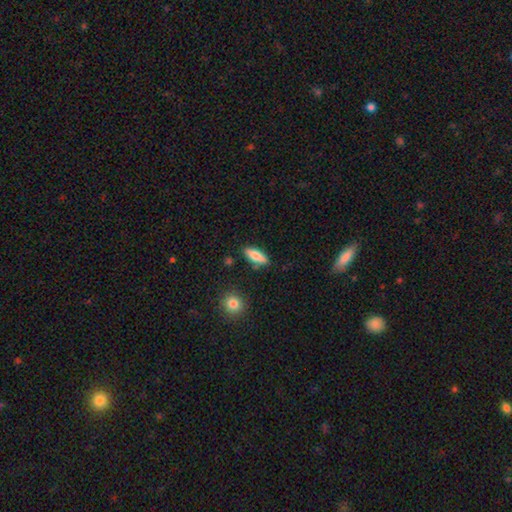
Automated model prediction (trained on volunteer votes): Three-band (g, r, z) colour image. It shows a smooth galaxy with no disk features (73%) that is in between round and cigar-shaped (60%). Merging: none (83%).